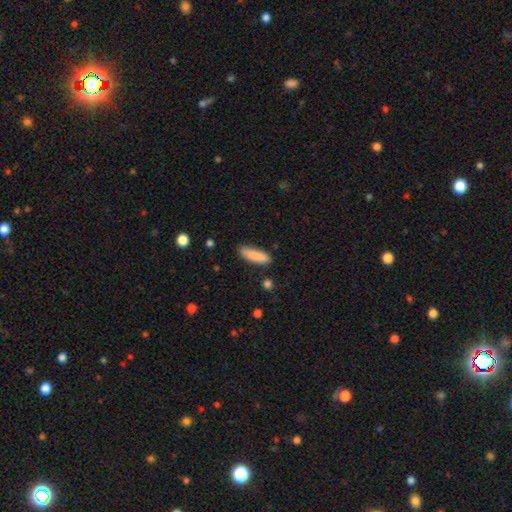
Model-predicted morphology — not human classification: Overall: smooth (88%). How rounded: cigar-shaped (56%; in between 42%). Merging: none (82%).